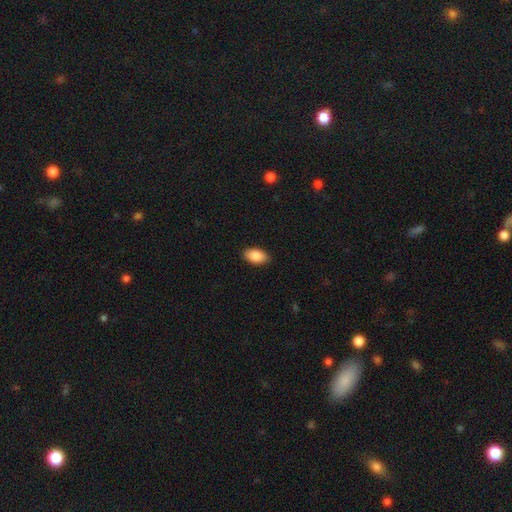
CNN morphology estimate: smooth_or_featured: smooth (p=0.88) [alt: star or artifact p=0.07]
how_rounded: in between (p=0.94) [alt: round p=0.04]
merging: none (p=0.88) [alt: minor disturbance p=0.09]